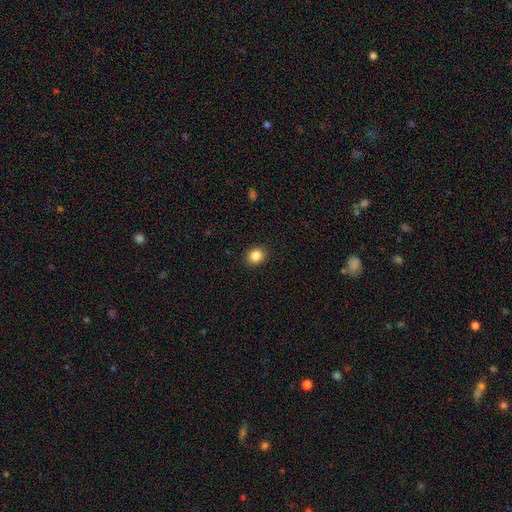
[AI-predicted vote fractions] A smooth galaxy with no disk features (84%) that is round (76%).

Vote fractions:
- Smooth or featured? smooth: 84% / star or artifact: 10% / featured or disk: 5%
- How rounded? round: 76% / in between: 24% / cigar-shaped: 1%
- Merging? none: 92% / minor disturbance: 6% / major disturbance: 2% / merger: 1%